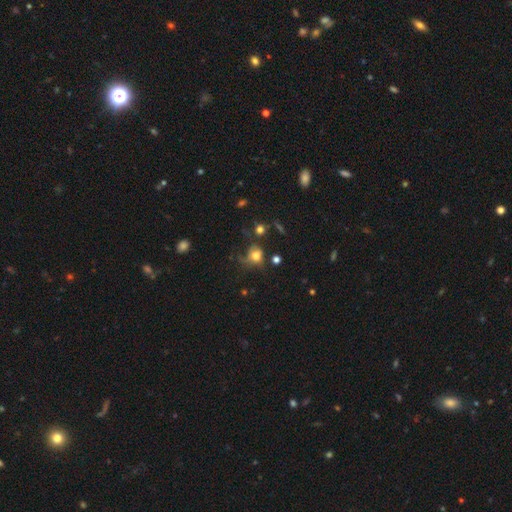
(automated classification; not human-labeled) Morphology: type=smooth (71%); roundness=round (71%); merging=none (42%).